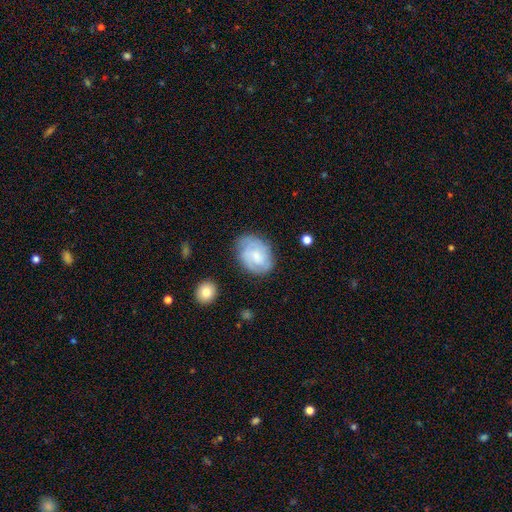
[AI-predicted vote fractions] Overall: featured or disk (59%; smooth 34%). Edge-on disk: no (97%). Bar: no (53%; weak 42%). Spiral arms: yes (88%). Spiral arm count: can't tell (34%; 2 30%). Spiral winding: tight (49%; medium 39%). Bulge size: small (47%; moderate 35%). Merging: none (72%).